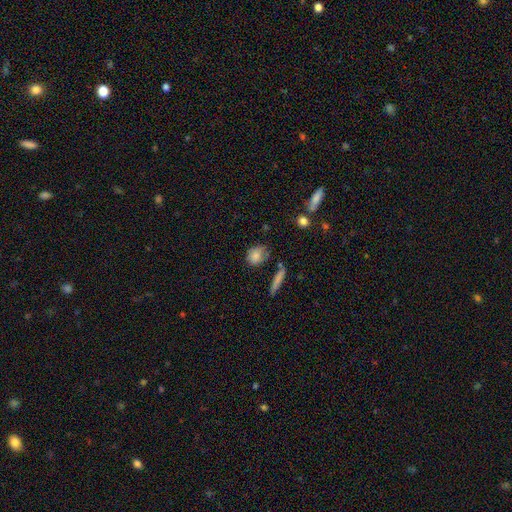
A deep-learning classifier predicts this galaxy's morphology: Smooth or featured? smooth (81%)
How rounded? in between (48%)
Merging? none (58%)